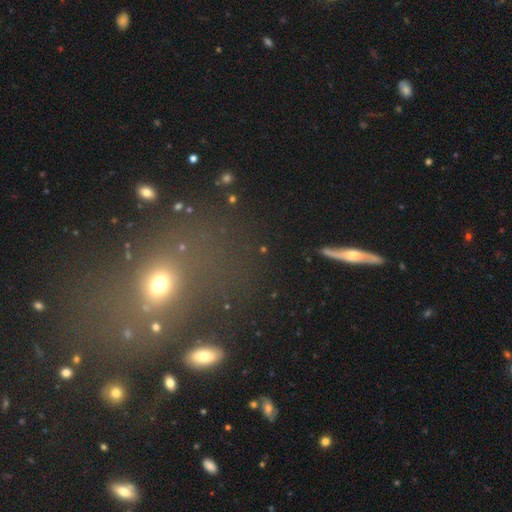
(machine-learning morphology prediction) Overall: smooth (42%; star or artifact 39%). Merging: none (72%).